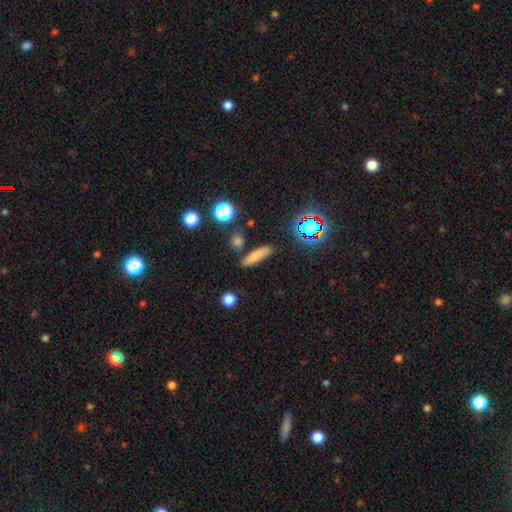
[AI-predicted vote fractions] Overall: smooth (77%). How rounded: cigar-shaped (71%). Merging: none (82%).